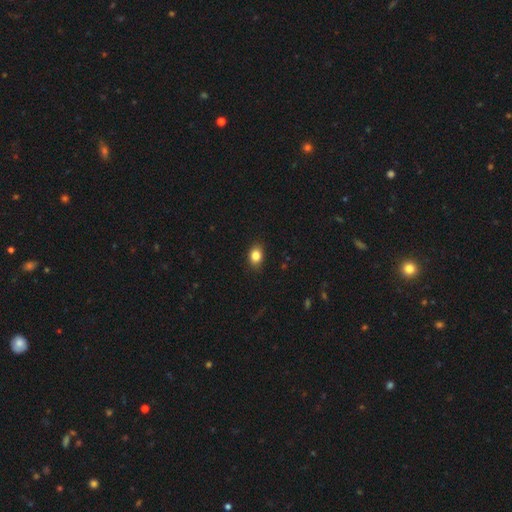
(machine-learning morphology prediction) Smooth or featured?
  - smooth: 84% *
  - star or artifact: 10%
  - featured or disk: 6%
How rounded?
  - in between: 66% *
  - round: 32%
  - cigar-shaped: 1%
Merging?
  - none: 86% *
  - minor disturbance: 11%
  - major disturbance: 2%
  - merger: 1%